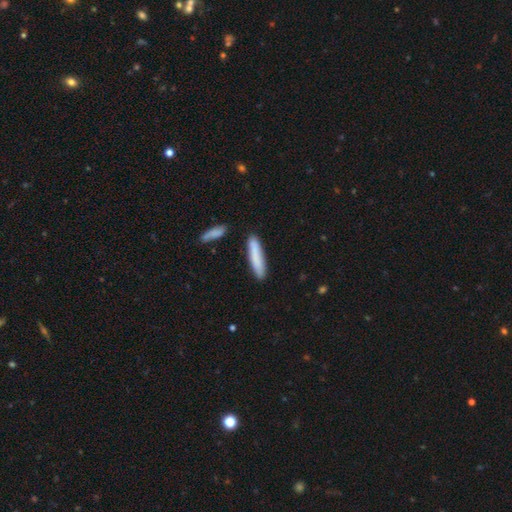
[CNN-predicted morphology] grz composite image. It shows a smooth galaxy with no disk features (80%) that is cigar-shaped (85%). Merging: none (81%).